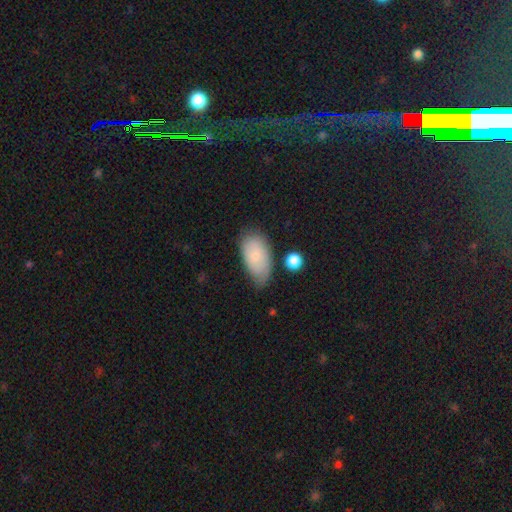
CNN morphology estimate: Q: Smooth or featured?
A: smooth (78%); runner-up: featured or disk (15%)
Q: How rounded?
A: in between (94%); runner-up: round (4%)
Q: Merging?
A: none (58%); runner-up: minor disturbance (31%)